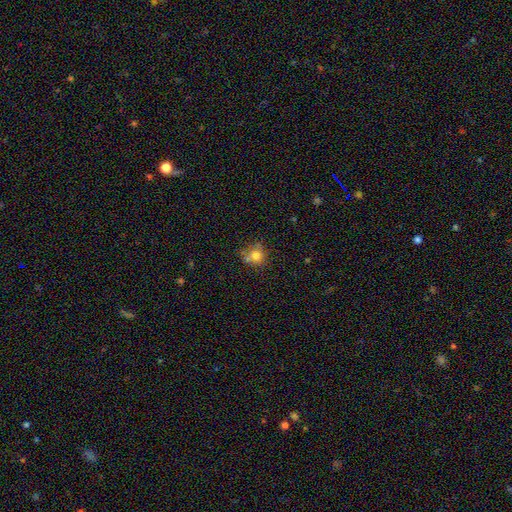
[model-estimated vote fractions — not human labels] Smooth or featured? Predicted: smooth (p=0.74). How rounded? Predicted: round (p=0.84). Merging? Predicted: none (p=0.57).